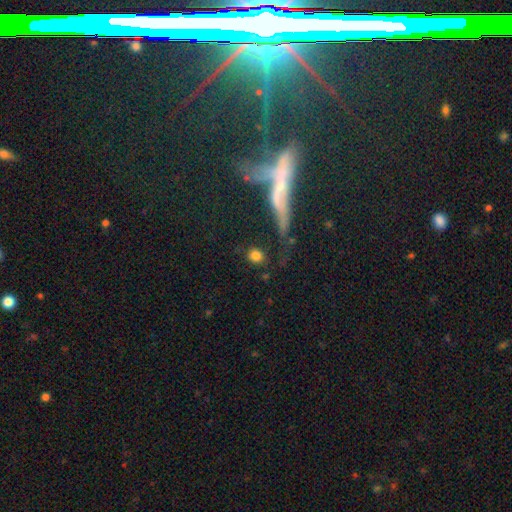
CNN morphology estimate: The model was most divided on "how rounded": round: 78%, in between: 19%, cigar-shaped: 4%. More confident: smooth or featured — smooth (79%); merging — none (77%).